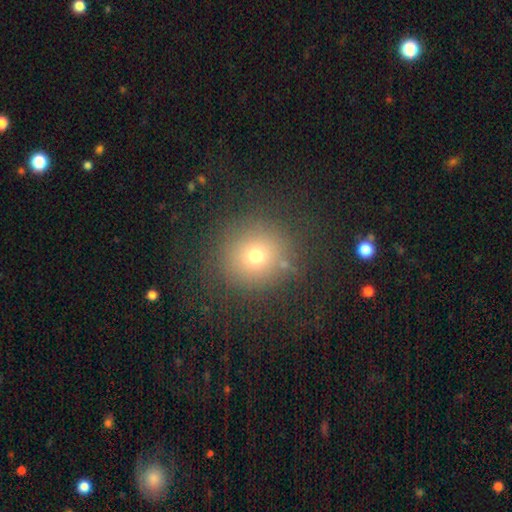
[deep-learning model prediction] smooth 69%, star or artifact 19%, featured or disk 12%. Down the decision tree: how rounded — round (87%); merging — none (81%).